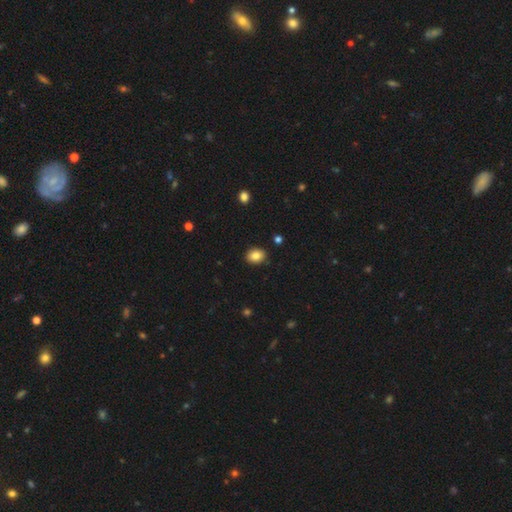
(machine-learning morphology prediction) smooth-or-featured: smooth: 85% | star or artifact: 9% | featured or disk: 6%
  how-rounded: in between: 60% | round: 39% | cigar-shaped: 1%
  merging: none: 89% | minor disturbance: 7% | major disturbance: 2% | merger: 1%